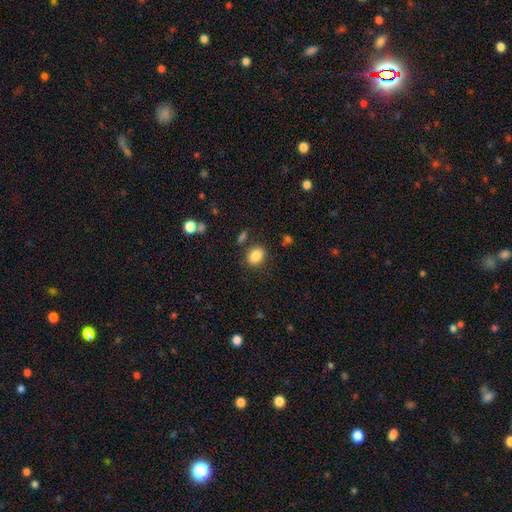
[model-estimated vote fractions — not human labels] Overall: smooth (85%). How rounded: in between (51%; round 48%). Merging: none (81%).